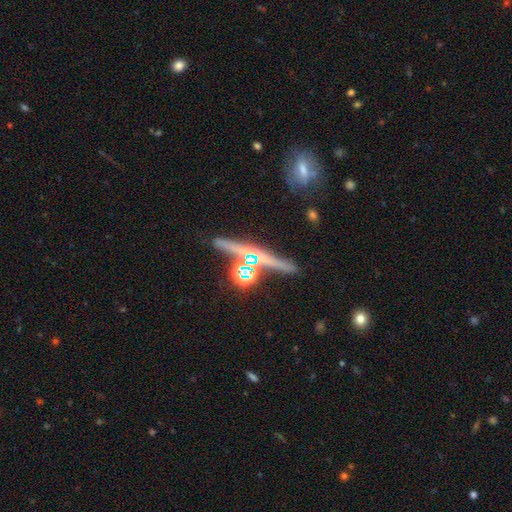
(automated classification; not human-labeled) The model was most divided on "edge-on bulge": rounded: 57%, none: 35%, boxy: 8%. More confident: edge-on disk — yes (93%); merging — none (73%); smooth or featured — featured or disk (67%).